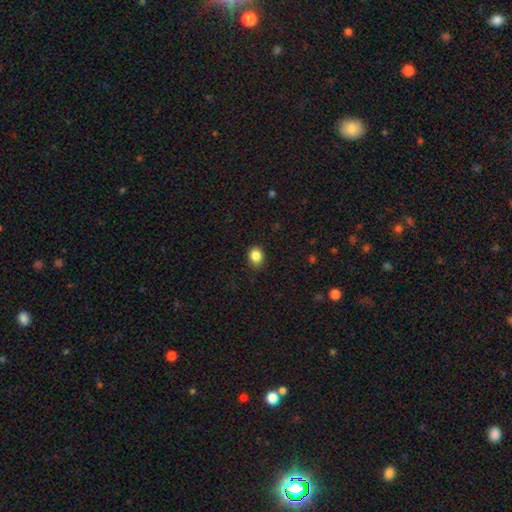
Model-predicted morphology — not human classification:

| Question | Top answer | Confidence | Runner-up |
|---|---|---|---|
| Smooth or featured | smooth | 86% | star or artifact (10%) |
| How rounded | round | 54% | in between (45%) |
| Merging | none | 87% | minor disturbance (10%) |